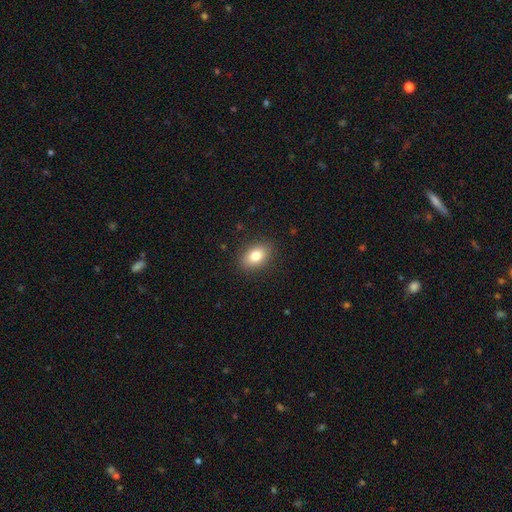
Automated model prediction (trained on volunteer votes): This is clearly a smooth galaxy (81%). How rounded: clearly in between (84%). Merging: clearly none (87%).